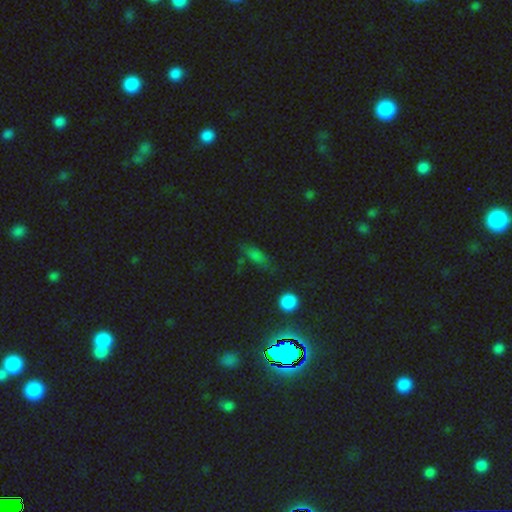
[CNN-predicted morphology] Overall: smooth (63%; star or artifact 24%). How rounded: in between (59%; cigar-shaped 31%). Merging: none (65%).